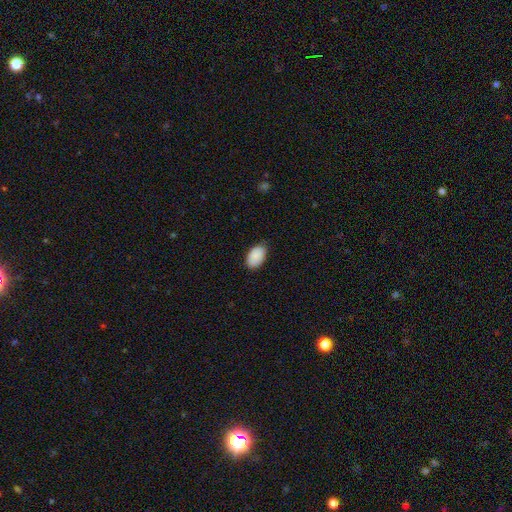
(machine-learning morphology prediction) Q: Smooth or featured?
A: smooth (90%); runner-up: star or artifact (6%)
Q: How rounded?
A: in between (92%); runner-up: round (7%)
Q: Merging?
A: none (82%); runner-up: minor disturbance (15%)